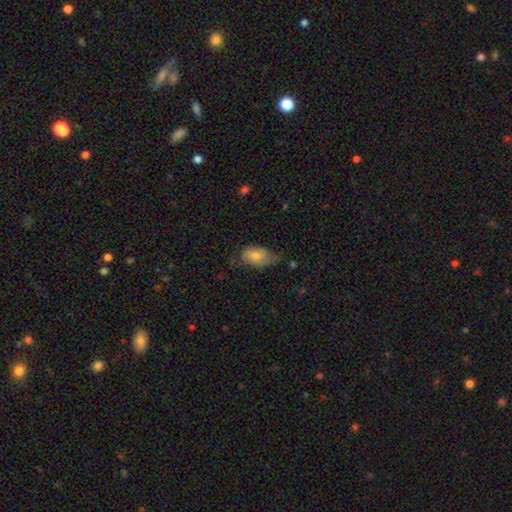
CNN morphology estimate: Smooth or featured: smooth — 71% (featured or disk — 21%)
How rounded: in between — 90% (round — 7%)
Merging: none — 50% (minor disturbance — 37%)